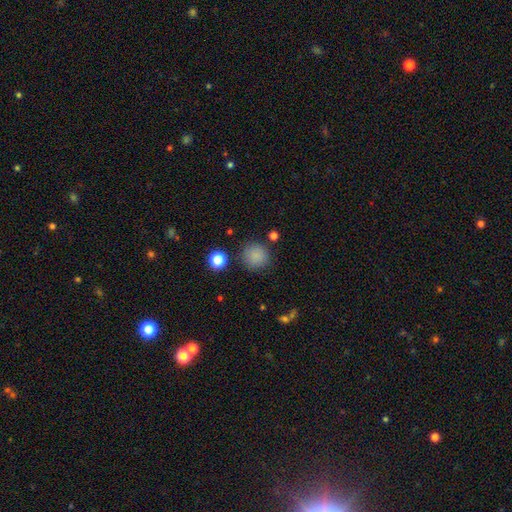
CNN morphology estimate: smooth_or_featured: smooth (p=0.84) [alt: star or artifact p=0.12]
how_rounded: round (p=0.93) [alt: in between p=0.06]
merging: none (p=0.84) [alt: minor disturbance p=0.10]